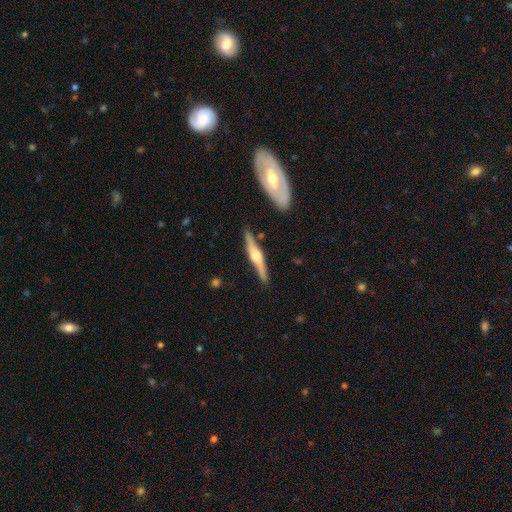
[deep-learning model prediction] This is likely a featured or disk galaxy (74%). It is clearly viewed edge-on (96%). Edge-on bulge: clearly rounded (87%). Merging: clearly none (84%).